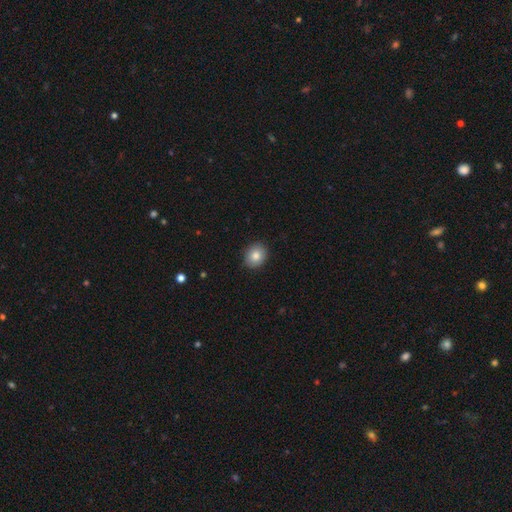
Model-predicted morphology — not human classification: Smooth or featured?
  - smooth: 83% *
  - star or artifact: 9%
  - featured or disk: 8%
How rounded?
  - round: 68% *
  - in between: 31%
  - cigar-shaped: 1%
Merging?
  - none: 88% *
  - minor disturbance: 9%
  - major disturbance: 2%
  - merger: 1%